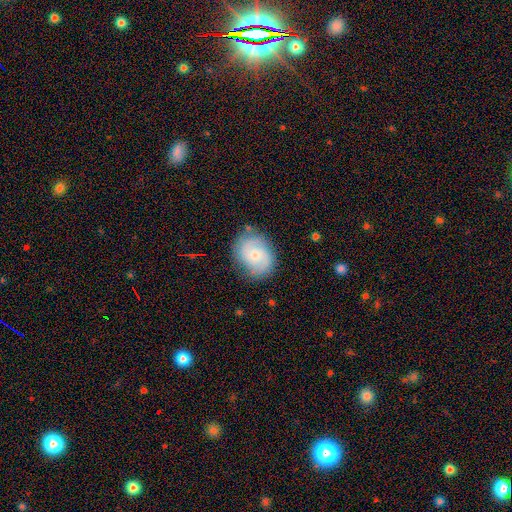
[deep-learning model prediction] A featured or disk galaxy (54%) with no bar (69%), spiral arms (84%) and a small central bulge (64%). Merging: none (76%).